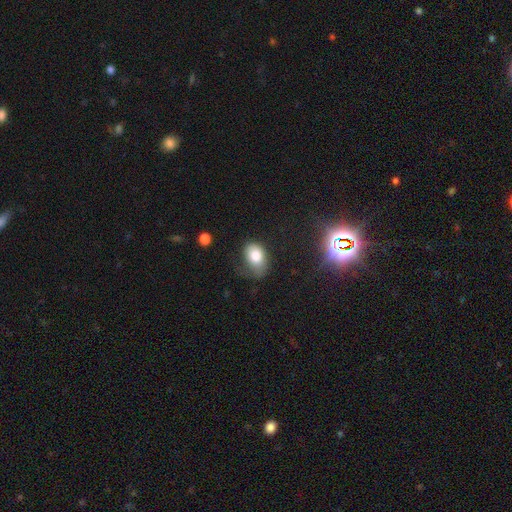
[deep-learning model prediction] smooth-or-featured: smooth: 79% | featured or disk: 12% | star or artifact: 9%
  how-rounded: in between: 81% | round: 18% | cigar-shaped: 1%
  merging: none: 43% | minor disturbance: 35% | major disturbance: 20% | merger: 3%